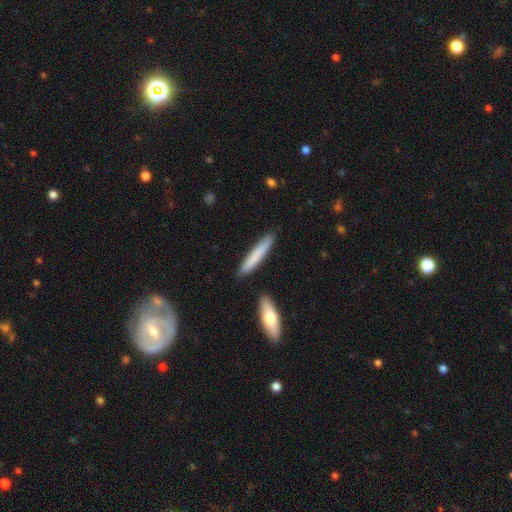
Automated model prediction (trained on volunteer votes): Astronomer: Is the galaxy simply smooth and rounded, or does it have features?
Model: smooth — 76%.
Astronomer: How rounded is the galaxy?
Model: cigar-shaped — 92%.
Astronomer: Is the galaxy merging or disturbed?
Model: none — 87%.